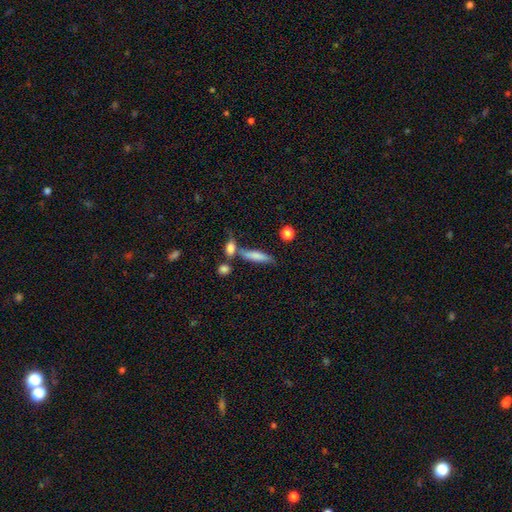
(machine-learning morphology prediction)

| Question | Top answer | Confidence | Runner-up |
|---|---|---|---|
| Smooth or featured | smooth | 74% | featured or disk (19%) |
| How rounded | cigar-shaped | 69% | in between (28%) |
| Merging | none | 55% | merger (22%) |